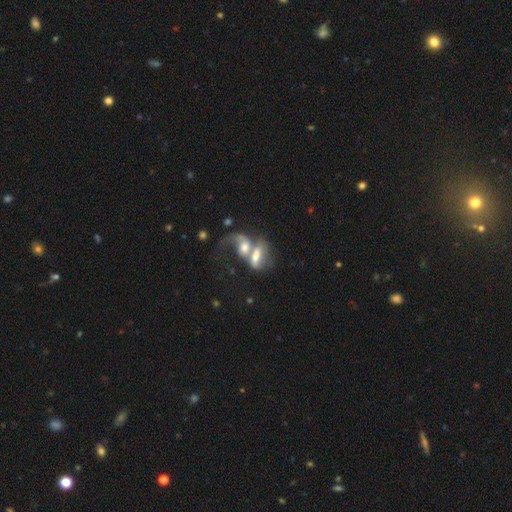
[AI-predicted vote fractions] This is possibly a featured or disk galaxy (52%). It is clearly not viewed edge-on (90%). Merging: likely merger (76%).